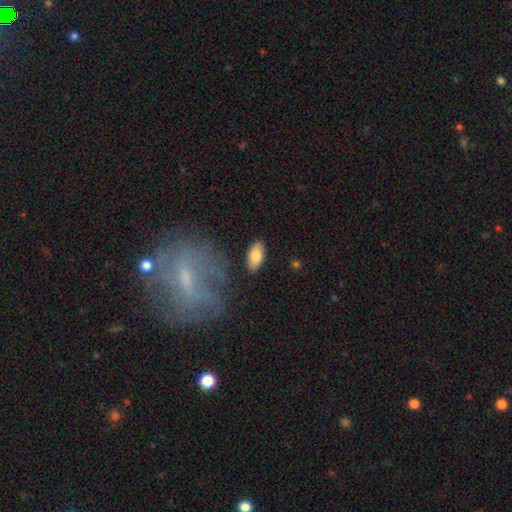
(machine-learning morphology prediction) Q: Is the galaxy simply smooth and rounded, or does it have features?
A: smooth — 80%.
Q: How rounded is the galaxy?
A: in between — 91%.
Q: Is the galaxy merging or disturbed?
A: none — 85%.